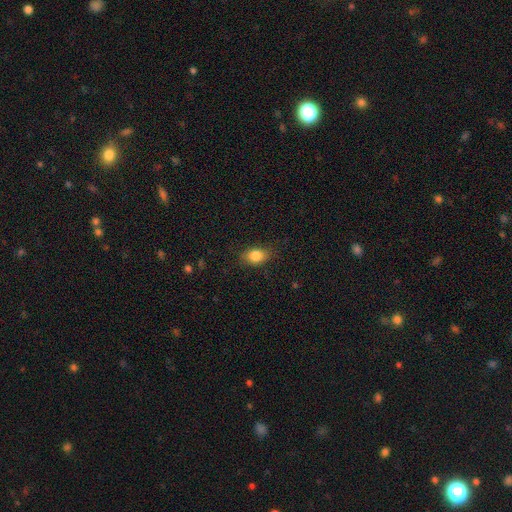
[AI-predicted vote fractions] Overall: smooth (84%). How rounded: in between (74%). Merging: none (82%).